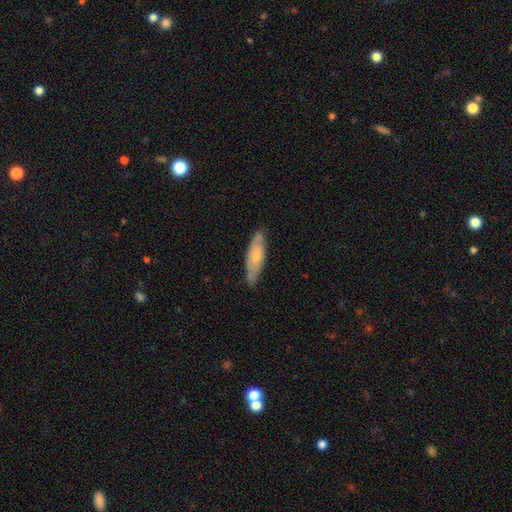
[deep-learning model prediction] Smooth or featured?
  - smooth: 53% *
  - featured or disk: 42%
  - star or artifact: 6%
How rounded?
  - cigar-shaped: 53% *
  - in between: 45%
  - round: 2%
Merging?
  - none: 77% *
  - minor disturbance: 19%
  - major disturbance: 3%
  - merger: 1%